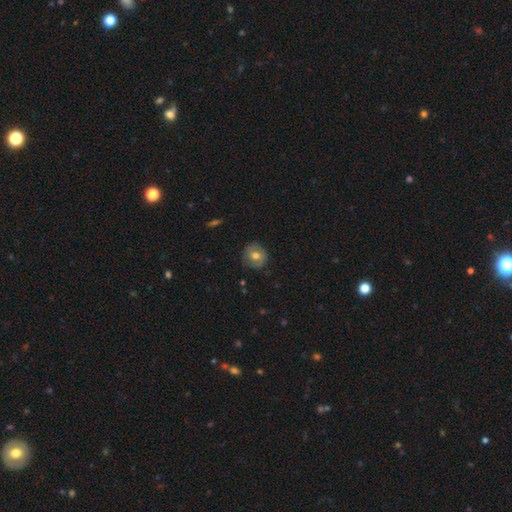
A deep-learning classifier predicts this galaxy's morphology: Smooth or featured?
  - smooth: 64% *
  - featured or disk: 28%
  - star or artifact: 8%
How rounded?
  - round: 86% *
  - in between: 13%
  - cigar-shaped: 1%
Merging?
  - none: 78% *
  - minor disturbance: 17%
  - major disturbance: 4%
  - merger: 1%